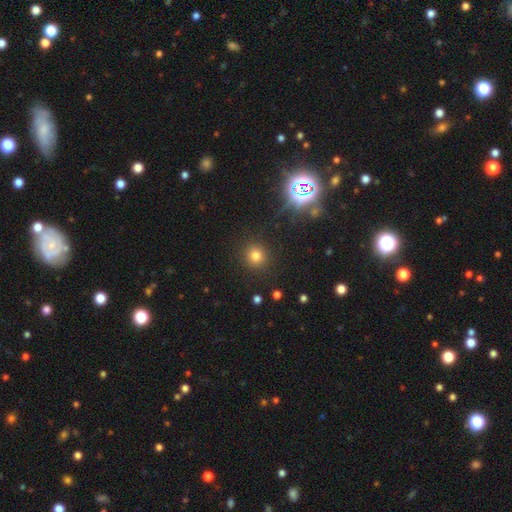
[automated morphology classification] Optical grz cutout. It shows a smooth galaxy with no disk features (75%) that is round (92%). Merging: none (89%).